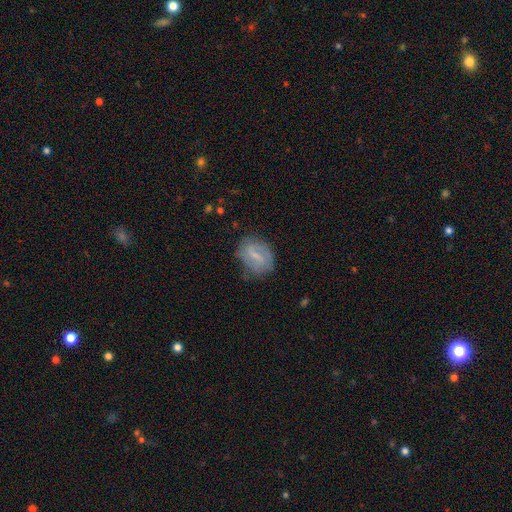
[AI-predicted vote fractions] Smooth or featured? featured or disk (51%)
Edge-on disk? no (95%)
Merging? none (64%)